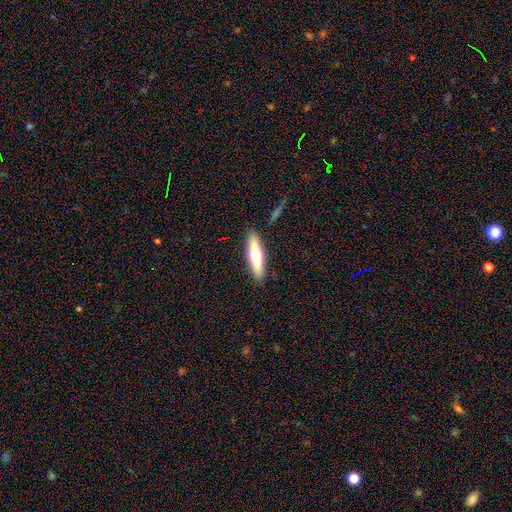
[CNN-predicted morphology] smooth 48%, featured or disk 46%, star or artifact 6%. Down the decision tree: merging — none (88%).